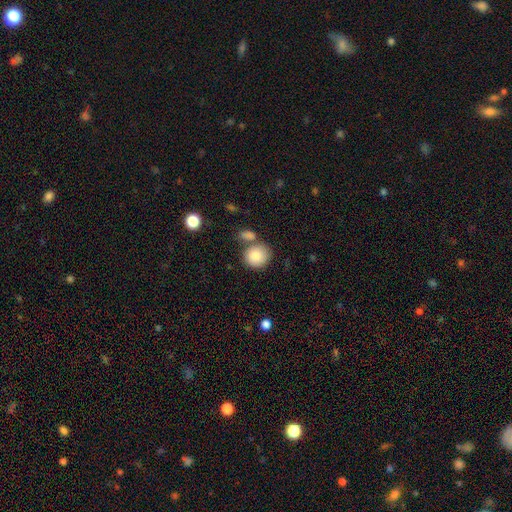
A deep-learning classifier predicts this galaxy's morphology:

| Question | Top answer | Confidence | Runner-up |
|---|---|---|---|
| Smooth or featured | smooth | 86% | star or artifact (8%) |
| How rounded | round | 83% | in between (16%) |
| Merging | none | 60% | merger (24%) |